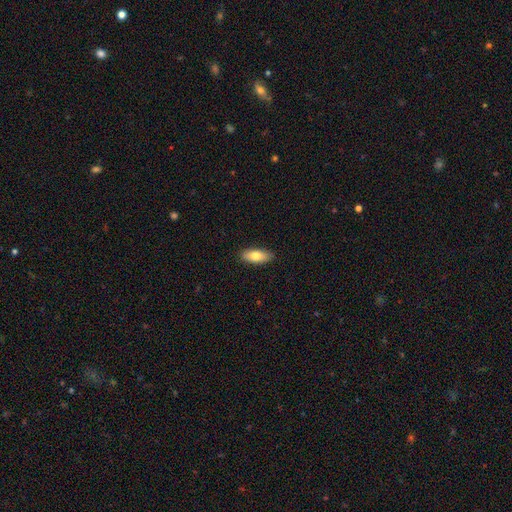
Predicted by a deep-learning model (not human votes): Smooth or featured?
  - smooth: 78% *
  - featured or disk: 15%
  - star or artifact: 6%
How rounded?
  - in between: 80% *
  - cigar-shaped: 17%
  - round: 3%
Merging?
  - none: 89% *
  - minor disturbance: 8%
  - major disturbance: 2%
  - merger: 1%